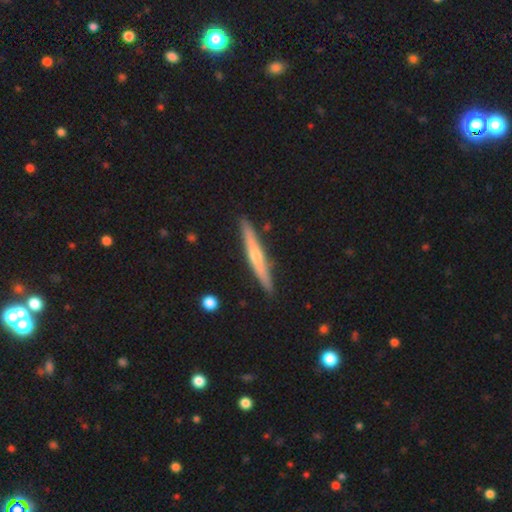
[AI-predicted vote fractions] Overall: featured or disk (60%; smooth 34%). Edge-on disk: yes (96%). Edge-on bulge: rounded (75%). Merging: none (89%).